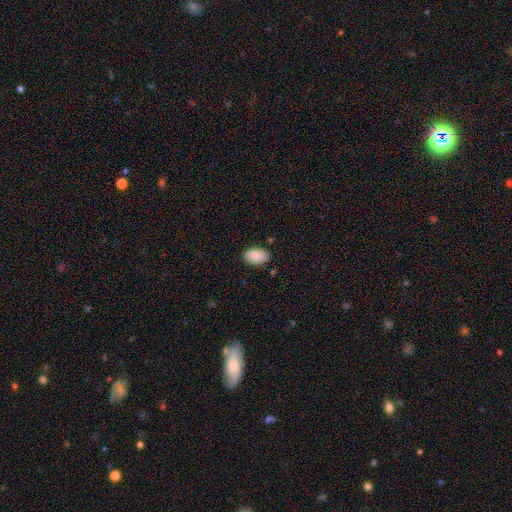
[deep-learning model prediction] This is clearly a smooth galaxy (88%). How rounded: clearly in between (92%). Merging: clearly none (85%).